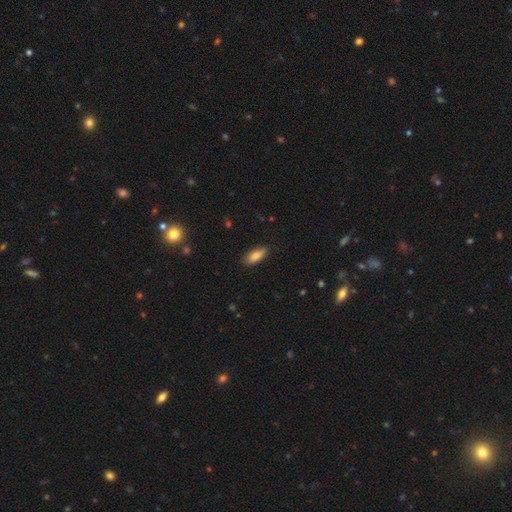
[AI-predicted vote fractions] Smooth or featured: smooth — 81% (featured or disk — 13%)
How rounded: in between — 78% (cigar-shaped — 20%)
Merging: none — 85% (minor disturbance — 12%)